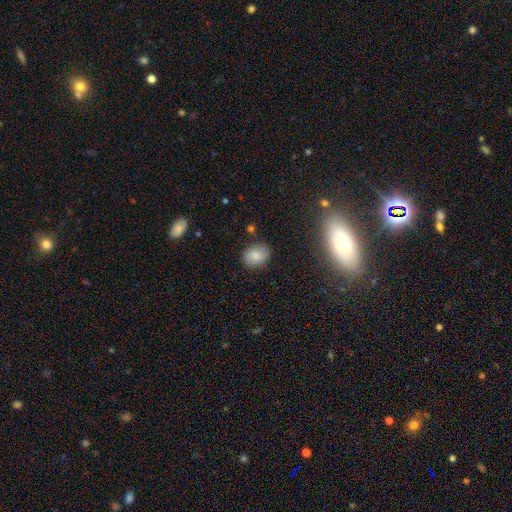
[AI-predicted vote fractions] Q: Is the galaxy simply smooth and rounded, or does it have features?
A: smooth — 82%.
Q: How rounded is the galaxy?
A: in between — 58%.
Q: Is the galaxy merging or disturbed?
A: none — 81%.